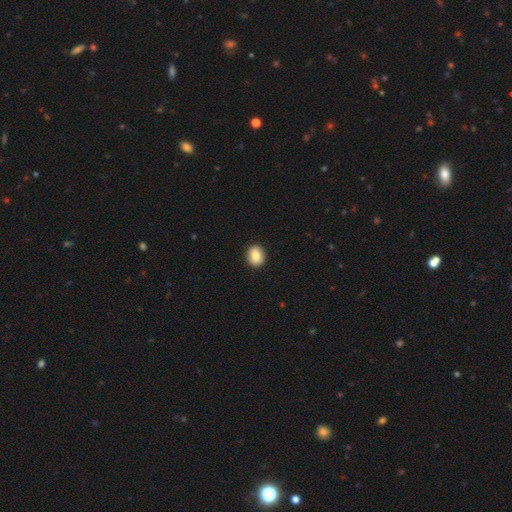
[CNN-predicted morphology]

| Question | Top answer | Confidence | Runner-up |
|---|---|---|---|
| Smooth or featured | smooth | 85% | star or artifact (8%) |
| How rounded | round | 57% | in between (42%) |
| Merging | none | 91% | minor disturbance (6%) |